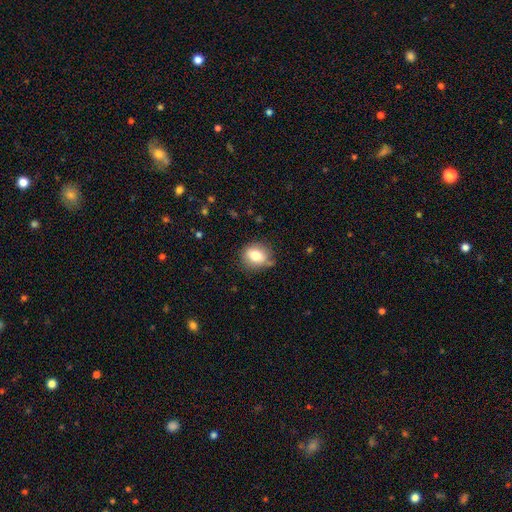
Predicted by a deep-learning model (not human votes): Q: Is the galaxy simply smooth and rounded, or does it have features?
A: smooth — 77%.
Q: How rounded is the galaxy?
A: round — 65%.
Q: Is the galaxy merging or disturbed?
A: none — 75%.